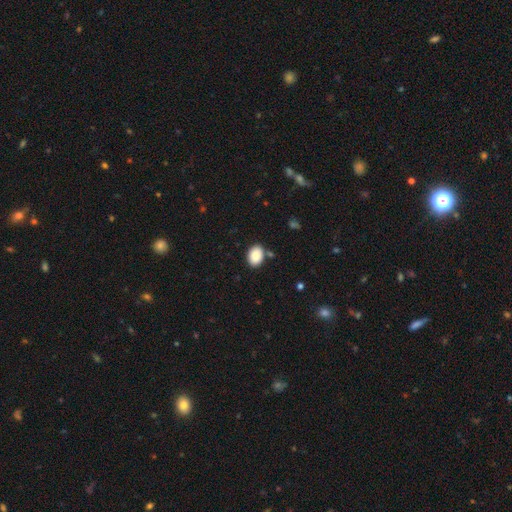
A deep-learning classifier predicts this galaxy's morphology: Smooth or featured? smooth (86%)
How rounded? in between (78%)
Merging? none (82%)